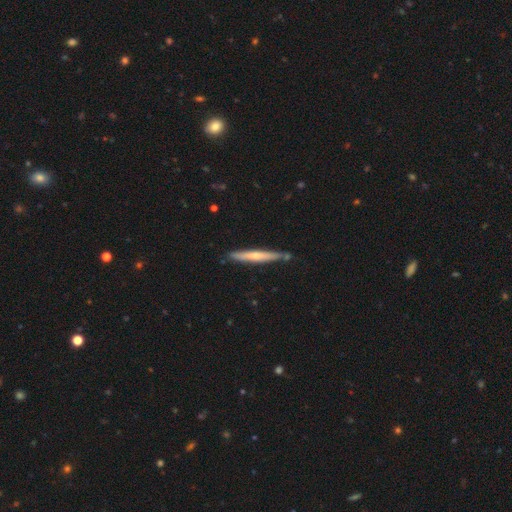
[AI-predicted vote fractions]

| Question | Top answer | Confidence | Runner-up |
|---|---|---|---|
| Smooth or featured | featured or disk | 50% | smooth (45%) |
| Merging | none | 80% | minor disturbance (13%) |